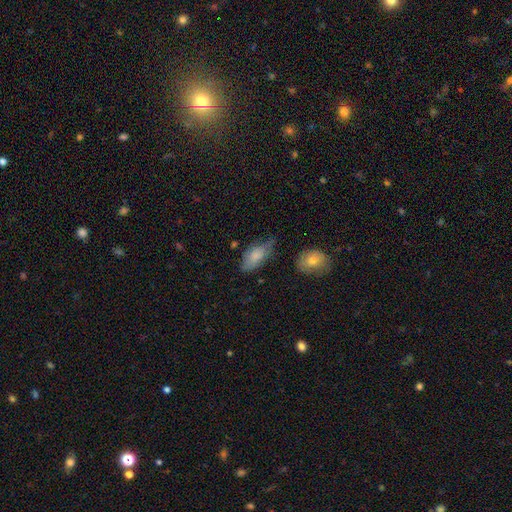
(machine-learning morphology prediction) type=smooth (76%); roundness=in between (90%); merging=none (47%).